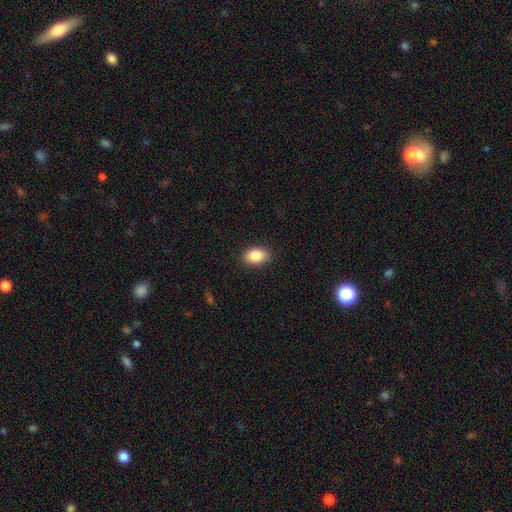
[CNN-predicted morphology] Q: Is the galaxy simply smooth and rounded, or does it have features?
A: smooth — 85%.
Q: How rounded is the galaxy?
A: in between — 84%.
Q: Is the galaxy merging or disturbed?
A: none — 88%.